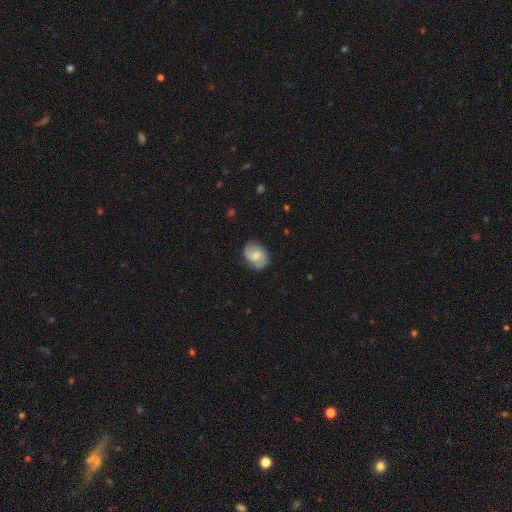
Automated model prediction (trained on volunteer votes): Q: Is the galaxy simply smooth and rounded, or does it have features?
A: featured or disk — 54%.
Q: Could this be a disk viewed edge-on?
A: no — 97%.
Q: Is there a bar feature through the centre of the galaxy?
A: weak — 54%.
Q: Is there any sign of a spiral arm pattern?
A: yes — 87%.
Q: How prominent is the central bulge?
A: moderate — 53%.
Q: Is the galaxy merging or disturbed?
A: none — 79%.